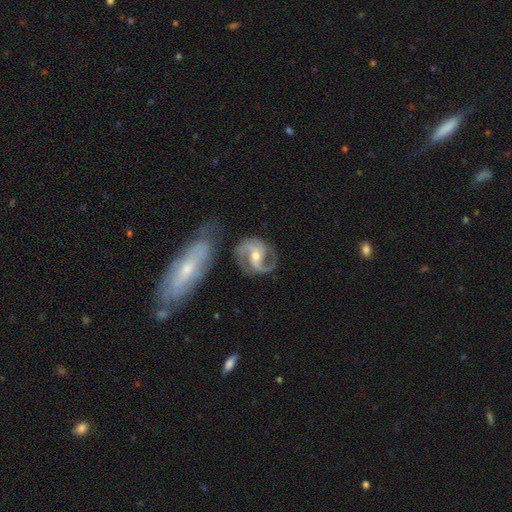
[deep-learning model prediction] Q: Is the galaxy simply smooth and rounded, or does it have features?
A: featured or disk — 90%.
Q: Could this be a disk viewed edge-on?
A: no — 97%.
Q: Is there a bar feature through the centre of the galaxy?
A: weak — 42%.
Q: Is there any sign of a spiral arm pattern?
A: yes — 97%.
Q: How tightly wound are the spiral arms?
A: medium — 57%.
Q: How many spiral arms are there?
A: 2 — 84%.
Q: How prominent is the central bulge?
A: moderate — 58%.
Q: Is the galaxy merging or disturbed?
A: none — 62%.